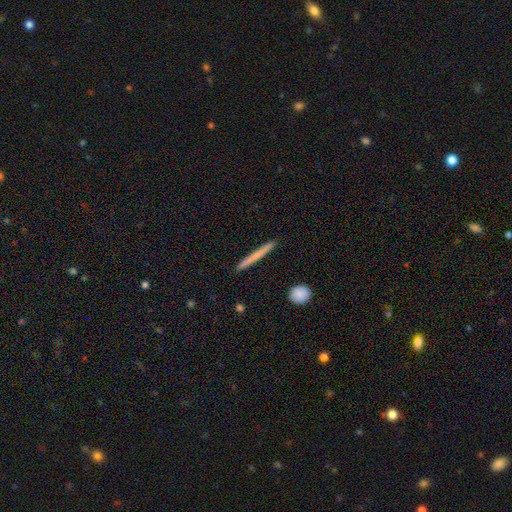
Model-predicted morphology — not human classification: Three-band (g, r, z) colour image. It shows a smooth galaxy with no disk features (60%) that is cigar-shaped (96%). Merging: none (92%).